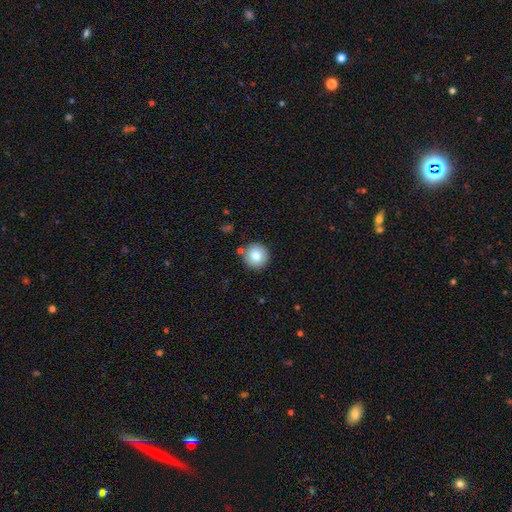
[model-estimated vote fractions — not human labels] Overall: smooth (81%). How rounded: round (95%). Merging: none (84%).